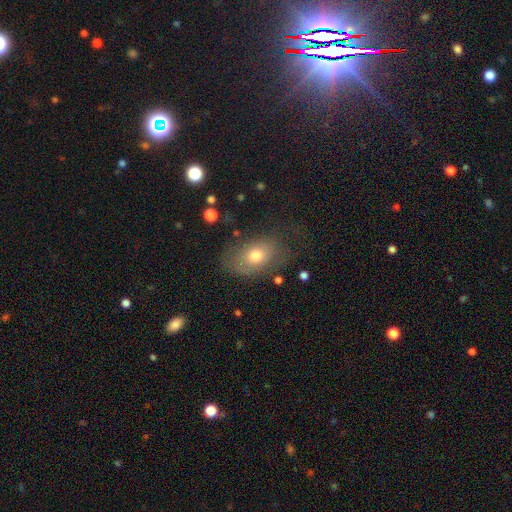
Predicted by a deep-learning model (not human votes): Morphology: type=smooth (69%); roundness=in between (81%); merging=none (62%).